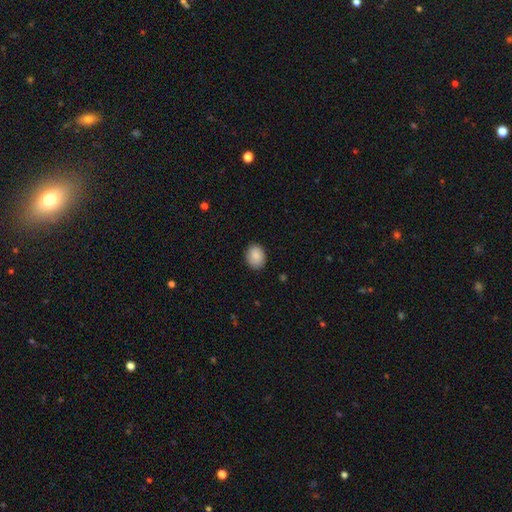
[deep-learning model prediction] Overall: smooth (88%). How rounded: in between (58%; round 41%). Merging: none (86%).